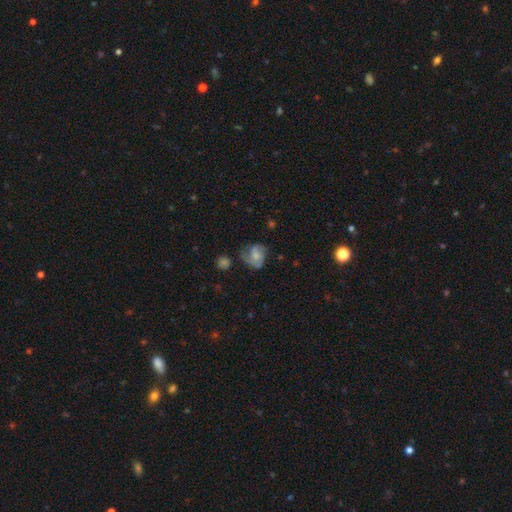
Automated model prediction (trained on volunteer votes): Smooth or featured? featured or disk (53%)
Edge-on disk? no (97%)
Bar? no (69%)
Spiral arms? yes (84%)
Bulge size? moderate (44%)
Merging? none (51%)